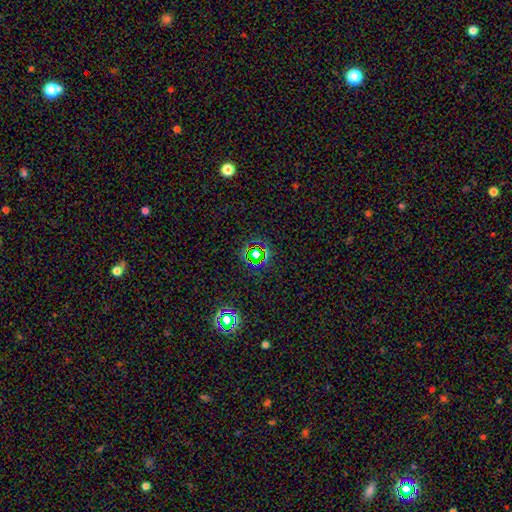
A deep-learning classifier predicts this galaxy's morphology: Q: Smooth or featured?
A: star or artifact (70%); runner-up: smooth (19%)